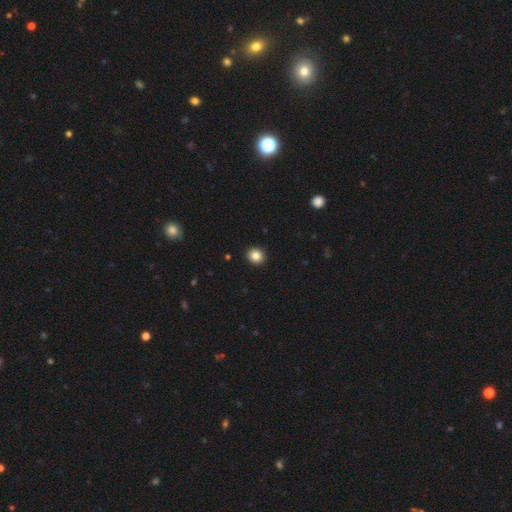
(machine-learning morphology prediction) A smooth galaxy with no disk features (85%) that is round (82%). Merging: none (93%).